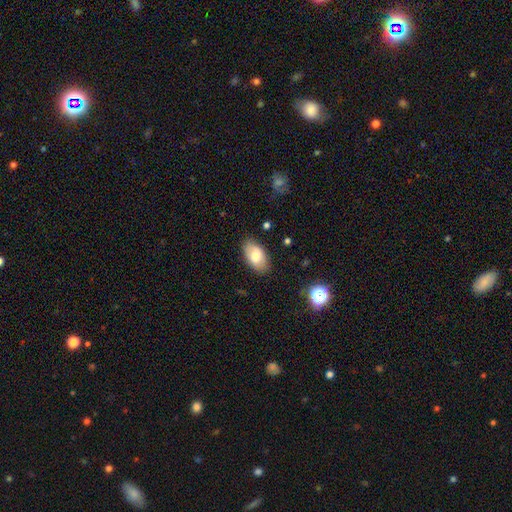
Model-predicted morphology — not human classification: This appears to be a smooth galaxy with no disk features (74%) that is in between round and cigar-shaped (93%). Merging: none (83%).